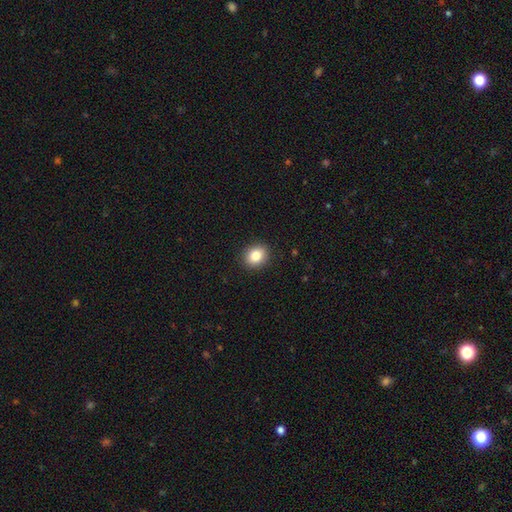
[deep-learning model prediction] Smooth or featured?
  - smooth: 84% *
  - star or artifact: 10%
  - featured or disk: 6%
How rounded?
  - round: 65% *
  - in between: 34%
  - cigar-shaped: 1%
Merging?
  - none: 91% *
  - minor disturbance: 6%
  - major disturbance: 2%
  - merger: 1%